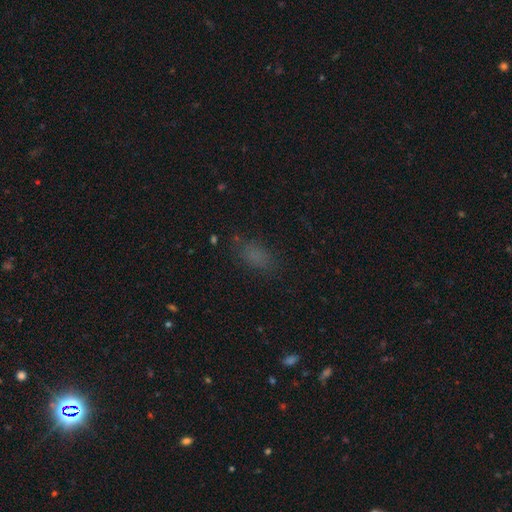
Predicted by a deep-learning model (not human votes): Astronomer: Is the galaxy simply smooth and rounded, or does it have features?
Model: smooth — 74%.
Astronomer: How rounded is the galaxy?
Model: in between — 83%.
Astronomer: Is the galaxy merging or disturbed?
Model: none — 74%.